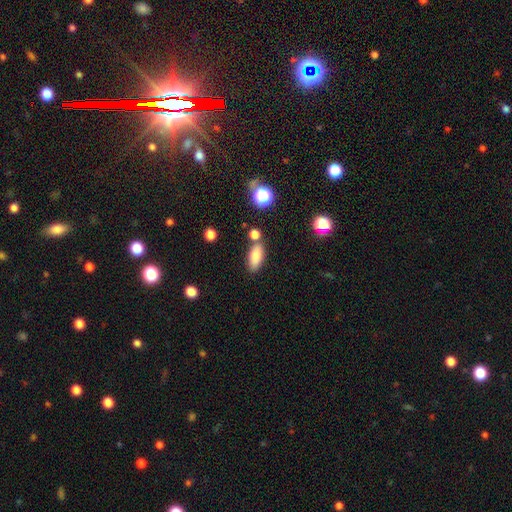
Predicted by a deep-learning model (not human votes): Smooth or featured: smooth — 82% (star or artifact — 9%)
How rounded: in between — 83% (cigar-shaped — 13%)
Merging: none — 74% (minor disturbance — 12%)